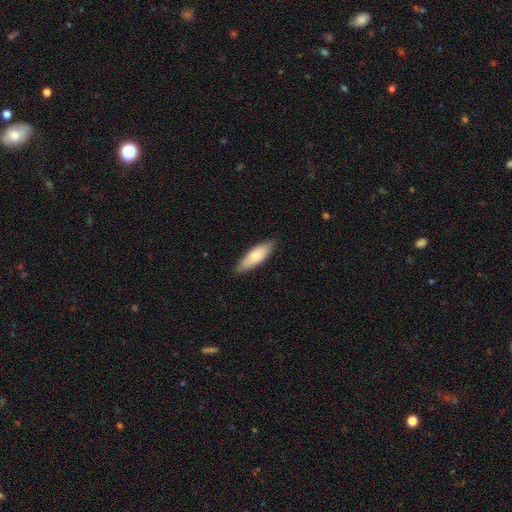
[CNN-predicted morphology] Smooth or featured? smooth (76%)
How rounded? in between (56%)
Merging? none (86%)